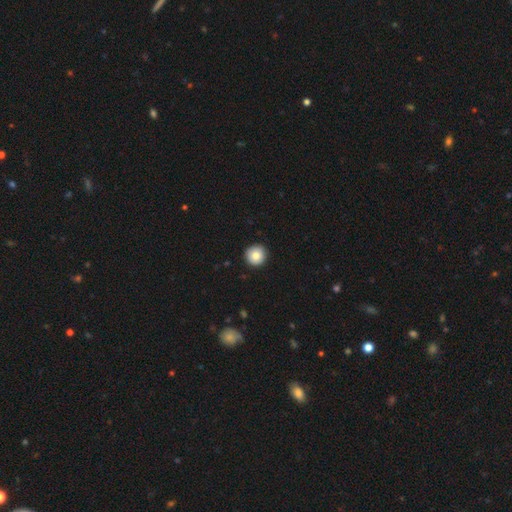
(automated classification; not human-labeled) This appears to be a smooth galaxy with no disk features (81%) that is round (96%). Merging: none (91%).